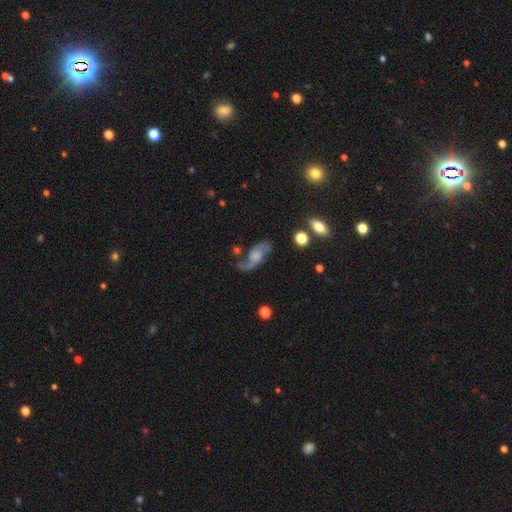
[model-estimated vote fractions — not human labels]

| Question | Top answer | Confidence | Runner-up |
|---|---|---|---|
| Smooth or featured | featured or disk | 79% | smooth (14%) |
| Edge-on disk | no | 95% | yes (5%) |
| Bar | no | 61% | weak (33%) |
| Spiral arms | yes | 94% | no (6%) |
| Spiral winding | loose | 73% | medium (22%) |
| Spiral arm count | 2 | 86% | 1 (9%) |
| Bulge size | small | 31% | moderate (30%) |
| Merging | none | 57% | minor disturbance (20%) |